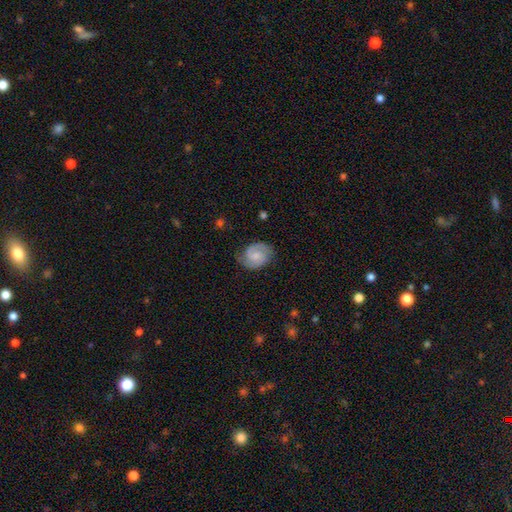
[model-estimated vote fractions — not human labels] Overall: featured or disk (73%). Edge-on disk: no (98%). Bar: no (55%; weak 39%). Spiral arms: yes (95%). Spiral arm count: 2 (88%). Spiral winding: tight (45%; medium 44%). Bulge size: small (43%; moderate 37%). Merging: none (77%).